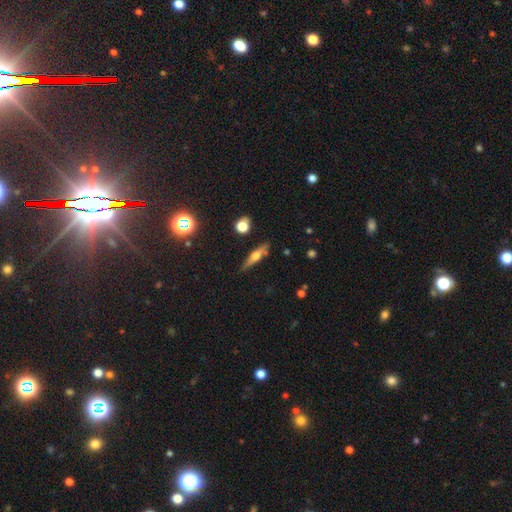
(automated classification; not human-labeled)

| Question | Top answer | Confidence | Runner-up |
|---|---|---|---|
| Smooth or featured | featured or disk | 53% | smooth (38%) |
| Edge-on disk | yes | 92% | no (8%) |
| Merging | none | 80% | minor disturbance (13%) |